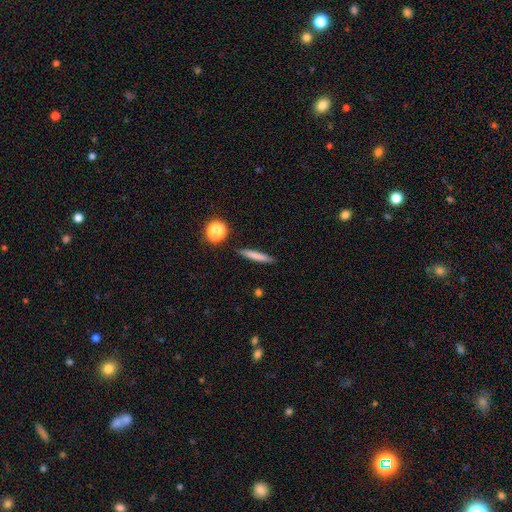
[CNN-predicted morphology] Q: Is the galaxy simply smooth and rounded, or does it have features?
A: smooth — 74%.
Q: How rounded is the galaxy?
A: cigar-shaped — 92%.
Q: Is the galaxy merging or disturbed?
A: none — 89%.